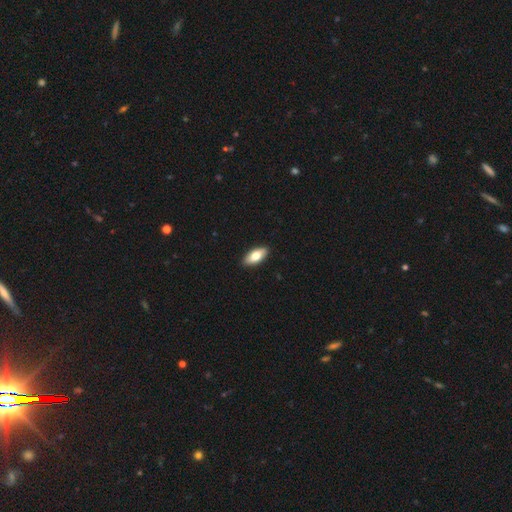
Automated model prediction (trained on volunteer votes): The model was most divided on "smooth or featured": smooth: 77%, featured or disk: 18%, star or artifact: 6%. More confident: merging — none (90%); how rounded — in between (85%).